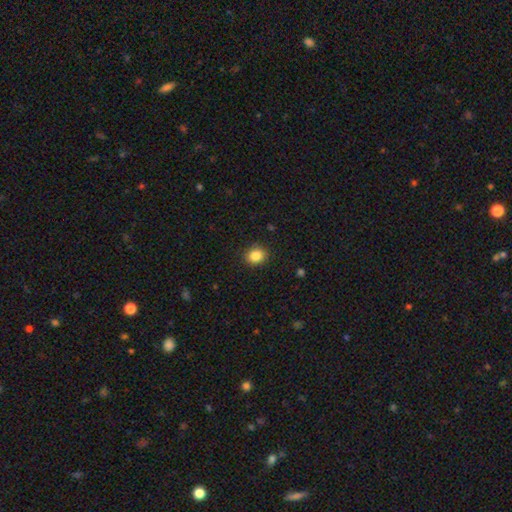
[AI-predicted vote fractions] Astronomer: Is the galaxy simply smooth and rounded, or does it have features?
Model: smooth — 86%.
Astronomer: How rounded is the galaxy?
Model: round — 71%.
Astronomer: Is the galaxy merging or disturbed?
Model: none — 89%.